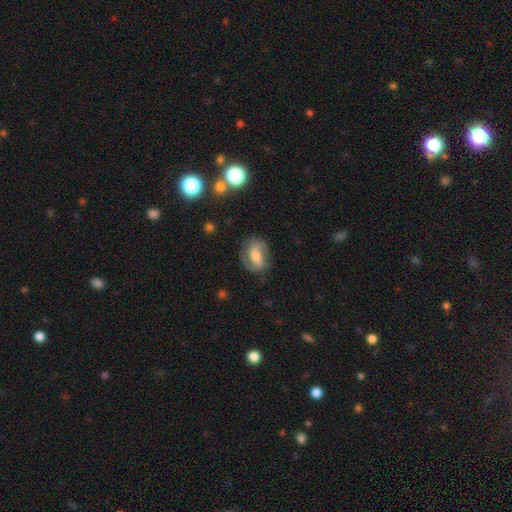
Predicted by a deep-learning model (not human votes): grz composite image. It shows a featured or disk galaxy (70%) with a weak bar (40%), 2 (88%) medium (48%) spiral arms (89%) and a moderate central bulge (55%). Merging: none (77%).